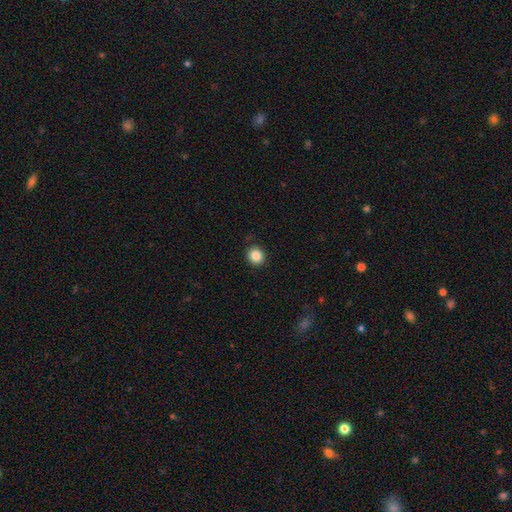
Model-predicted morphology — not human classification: Smooth or featured? Predicted: smooth (p=0.86). How rounded? Predicted: round (p=0.84). Merging? Predicted: none (p=0.89).